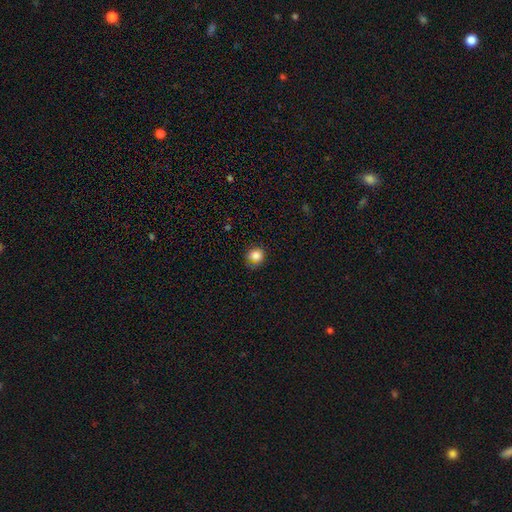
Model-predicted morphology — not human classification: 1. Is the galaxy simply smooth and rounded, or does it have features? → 82% smooth, 11% star or artifact, 7% featured or disk.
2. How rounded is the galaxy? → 79% round, 20% in between, 1% cigar-shaped.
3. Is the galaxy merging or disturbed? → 62% none, 26% minor disturbance, 10% major disturbance, 2% merger.